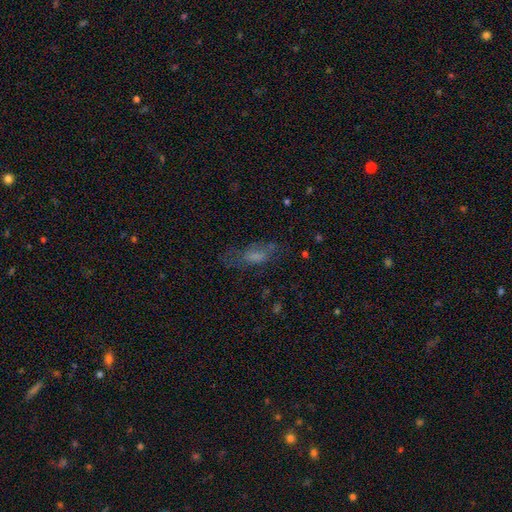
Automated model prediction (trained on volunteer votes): Overall: smooth (50%; featured or disk 33%). How rounded: in between (67%; cigar-shaped 29%). Merging: none (53%; minor disturbance 23%).